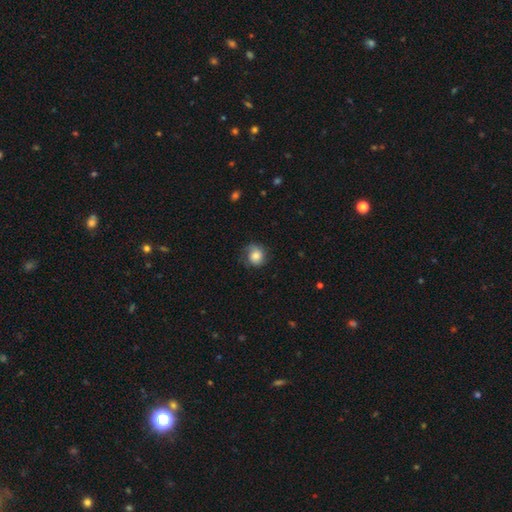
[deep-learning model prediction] Morphology: type=smooth (75%); roundness=round (78%); merging=none (61%).